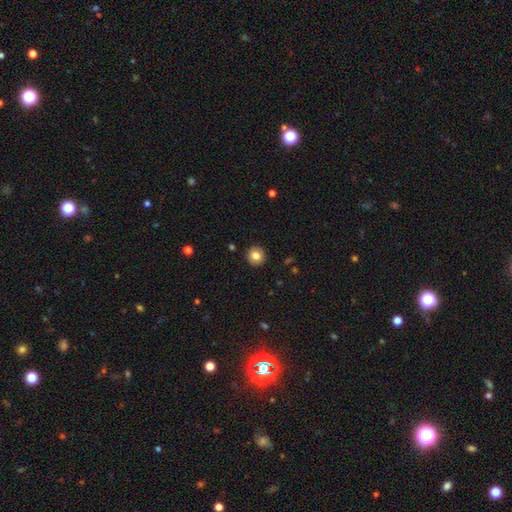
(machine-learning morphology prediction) Smooth or featured? smooth (82%)
How rounded? round (94%)
Merging? none (92%)